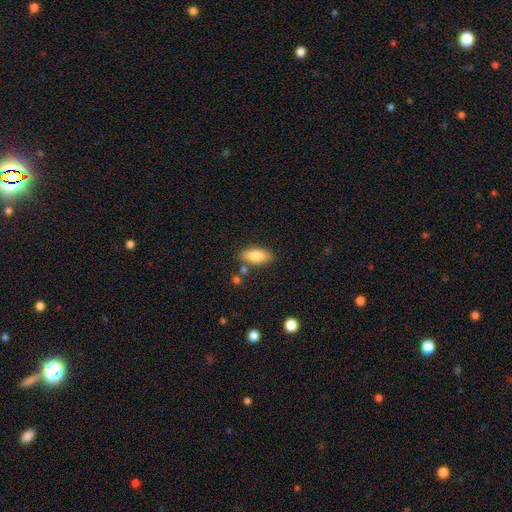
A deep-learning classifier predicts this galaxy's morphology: A smooth galaxy with no disk features (81%) that is in between round and cigar-shaped (82%).

Vote fractions:
- Smooth or featured? smooth: 81% / featured or disk: 12% / star or artifact: 7%
- How rounded? in between: 82% / cigar-shaped: 15% / round: 3%
- Merging? none: 79% / minor disturbance: 13% / merger: 5% / major disturbance: 3%